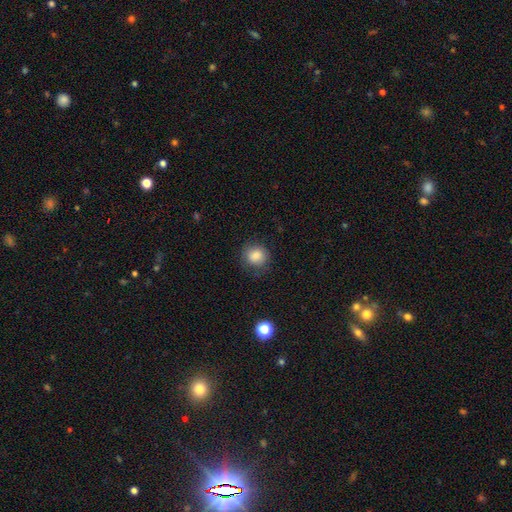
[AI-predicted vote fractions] A smooth galaxy with no disk features (83%) that is round (85%). Merging: none (80%).